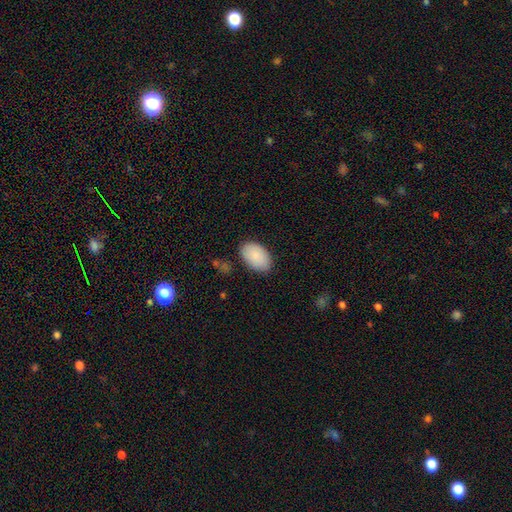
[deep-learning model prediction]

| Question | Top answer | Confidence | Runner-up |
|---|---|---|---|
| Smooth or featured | smooth | 89% | star or artifact (6%) |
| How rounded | in between | 93% | round (6%) |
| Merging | none | 82% | minor disturbance (14%) |